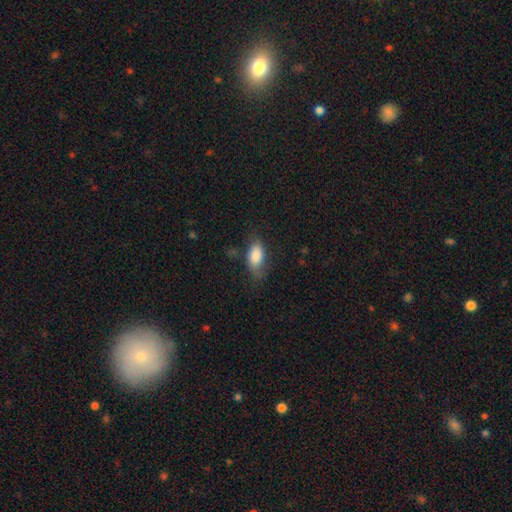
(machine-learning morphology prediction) The model was most divided on "merging": none: 57%, minor disturbance: 28%, major disturbance: 12%, merger: 2%. More confident: how rounded — in between (90%); smooth or featured — smooth (81%).